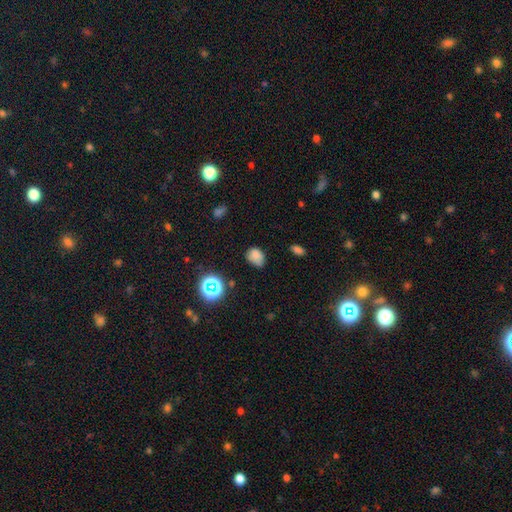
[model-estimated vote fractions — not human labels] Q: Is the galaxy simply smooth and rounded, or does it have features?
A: smooth — 77%.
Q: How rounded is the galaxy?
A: in between — 62%.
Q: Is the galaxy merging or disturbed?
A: none — 58%.